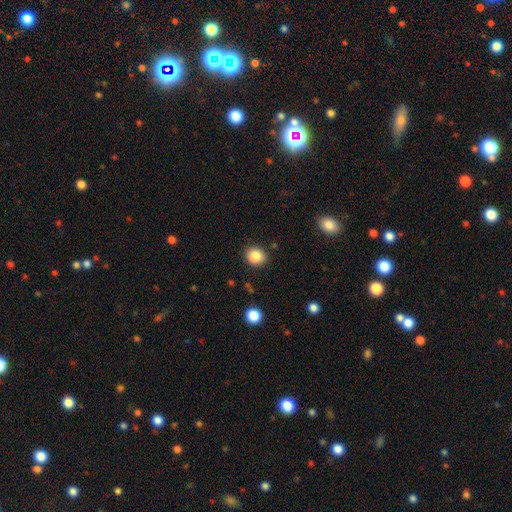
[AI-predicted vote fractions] Smooth or featured? smooth (86%)
How rounded? round (73%)
Merging? none (85%)